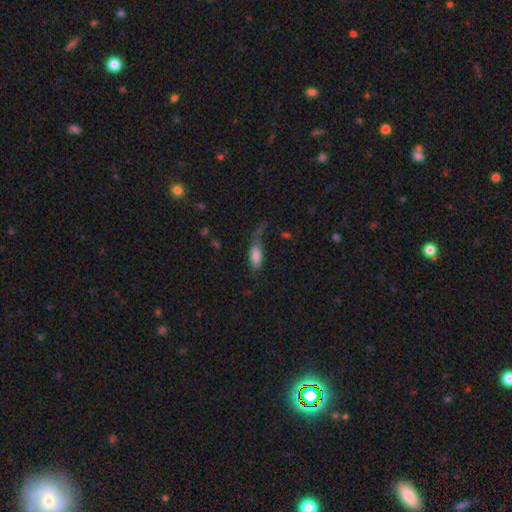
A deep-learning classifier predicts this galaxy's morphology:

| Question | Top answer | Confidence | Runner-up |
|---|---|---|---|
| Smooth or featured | smooth | 77% | featured or disk (15%) |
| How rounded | in between | 82% | cigar-shaped (14%) |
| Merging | major disturbance | 44% | none (28%) |